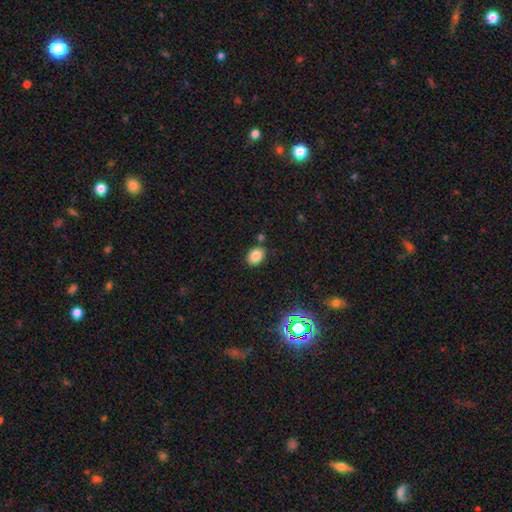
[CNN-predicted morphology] This appears to be a smooth galaxy with no disk features (82%) that is in between round and cigar-shaped (56%). Merging: none (79%).